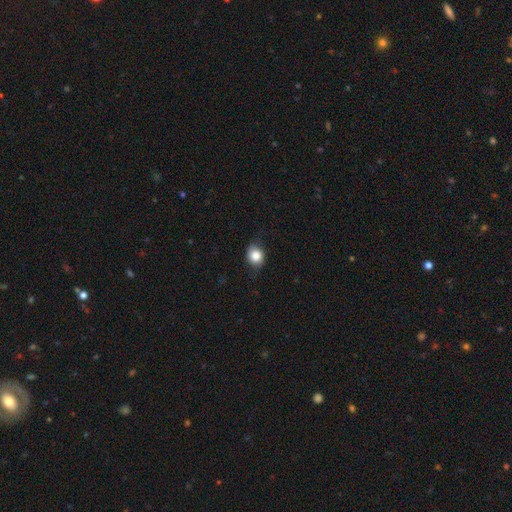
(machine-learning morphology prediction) type=smooth (82%); roundness=round (61%); merging=none (75%).